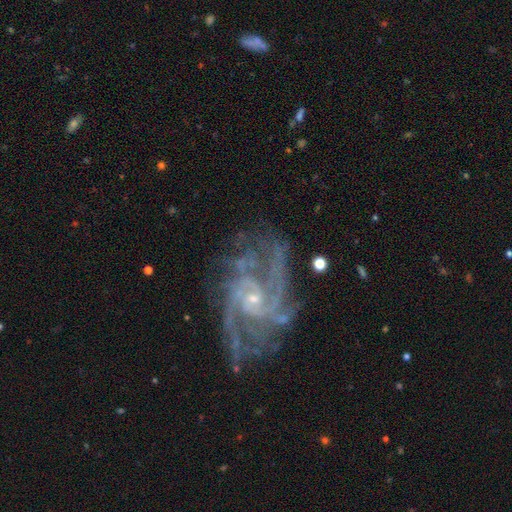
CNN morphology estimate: type=featured or disk (85%); edge-on=no (97%); bar=no (53%); spiral arms=yes (96%); winding=medium (47%); arm count=2 (24%); bulge=small (72%); merging=none (74%).